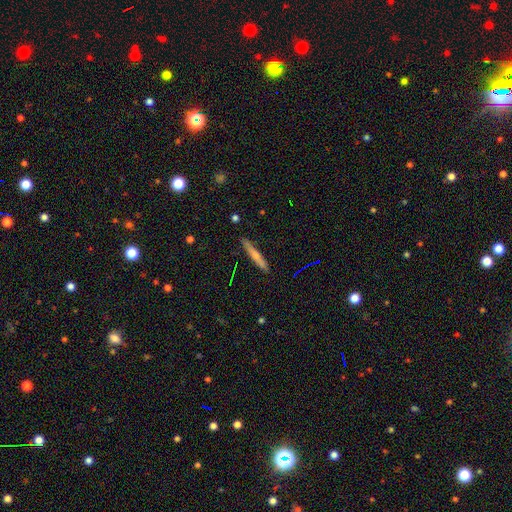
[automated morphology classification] This appears to be a smooth galaxy with no disk features (56%) that is cigar-shaped (95%). Merging: none (87%).